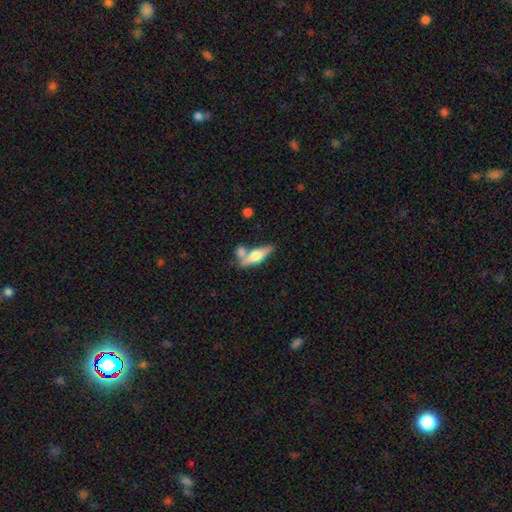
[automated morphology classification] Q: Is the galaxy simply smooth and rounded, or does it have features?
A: featured or disk — 55%.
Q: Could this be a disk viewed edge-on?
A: yes — 92%.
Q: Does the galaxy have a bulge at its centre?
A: rounded — 92%.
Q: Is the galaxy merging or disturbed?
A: none — 56%.